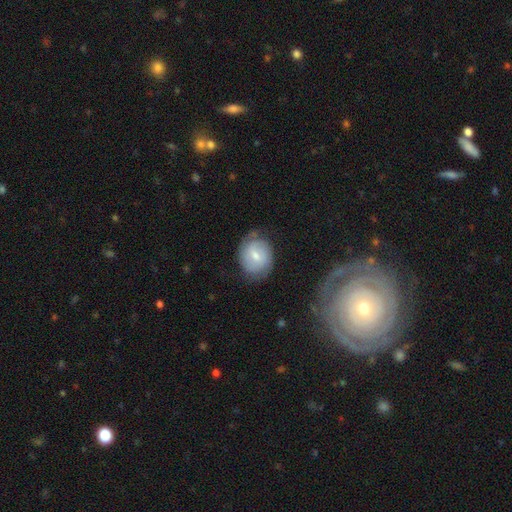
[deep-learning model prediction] This appears to be a smooth galaxy with no disk features (48%). Merging: none (68%).